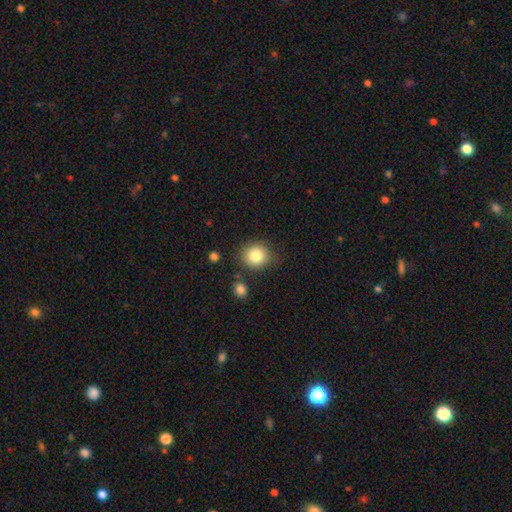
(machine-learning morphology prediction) type=smooth (83%); roundness=round (84%); merging=none (81%).